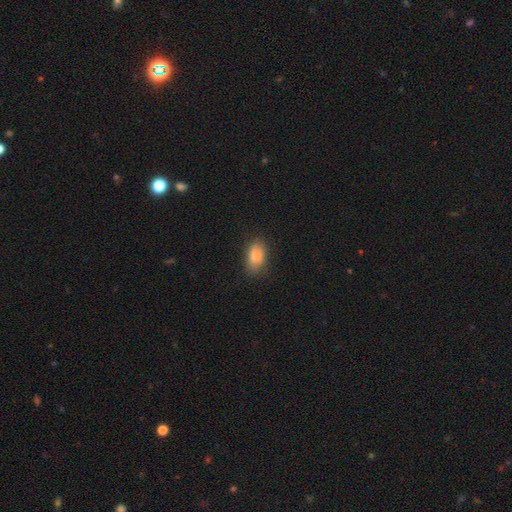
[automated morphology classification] smooth-or-featured: smooth: 83% | featured or disk: 9% | star or artifact: 8%
  how-rounded: in between: 90% | round: 7% | cigar-shaped: 3%
  merging: none: 72% | minor disturbance: 21% | major disturbance: 6% | merger: 1%